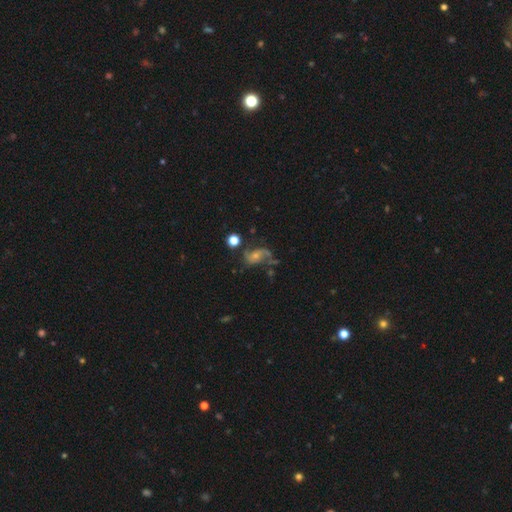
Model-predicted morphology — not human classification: Smooth or featured: featured or disk — 70% (smooth — 18%)
Edge-on disk: no — 97% (yes — 3%)
Bar: no — 66% (weak — 28%)
Spiral arms: yes — 89% (no — 11%)
Spiral winding: loose — 50% (medium — 38%)
Spiral arm count: 2 — 76% (1 — 10%)
Bulge size: small — 51% (moderate — 38%)
Merging: none — 46% (major disturbance — 23%)